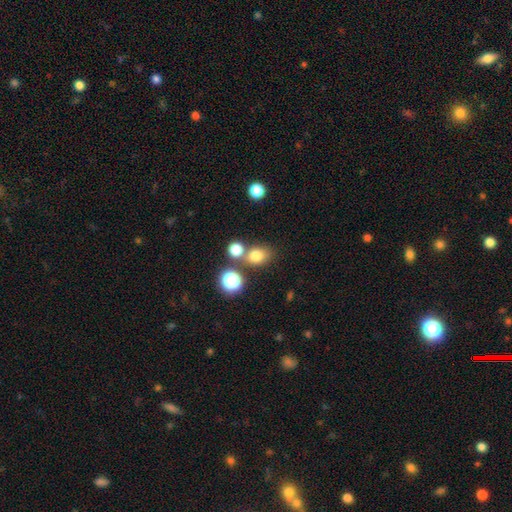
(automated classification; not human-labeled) Smooth or featured?
  - smooth: 76% *
  - star or artifact: 16%
  - featured or disk: 8%
How rounded?
  - round: 54% *
  - in between: 44%
  - cigar-shaped: 1%
Merging?
  - none: 60% *
  - merger: 25%
  - minor disturbance: 11%
  - major disturbance: 4%